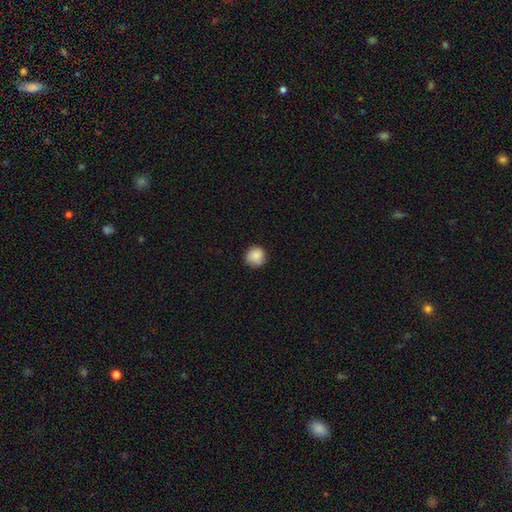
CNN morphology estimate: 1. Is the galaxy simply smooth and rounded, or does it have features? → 88% smooth, 8% star or artifact, 4% featured or disk.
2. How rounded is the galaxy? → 93% round, 6% in between, 1% cigar-shaped.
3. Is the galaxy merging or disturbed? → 85% none, 12% minor disturbance, 2% major disturbance, 1% merger.